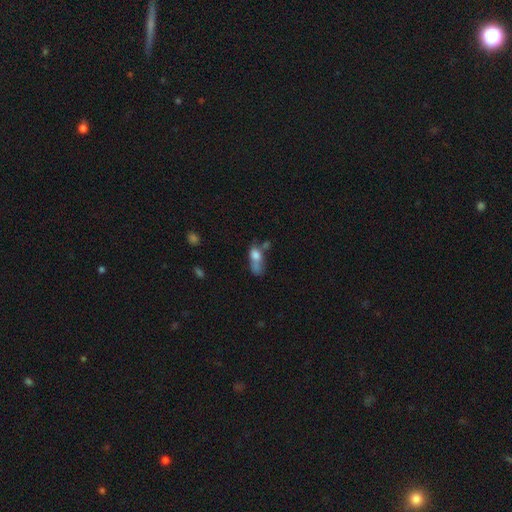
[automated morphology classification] This appears to be a smooth galaxy with no disk features (66%) that is in between round and cigar-shaped (71%). Merging: merger (40%).